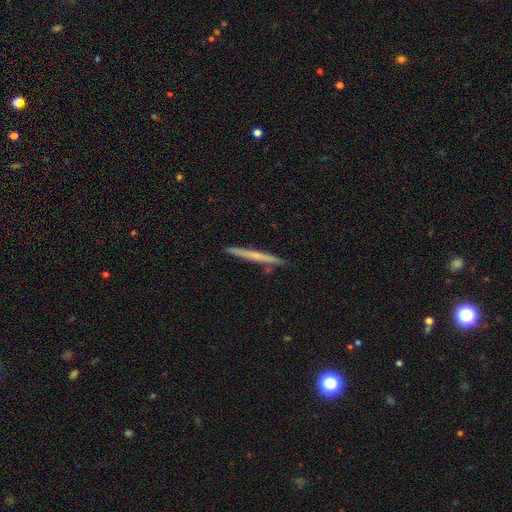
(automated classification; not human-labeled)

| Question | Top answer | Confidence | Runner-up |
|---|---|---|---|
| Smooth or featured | smooth | 48% | featured or disk (46%) |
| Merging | none | 89% | minor disturbance (7%) |